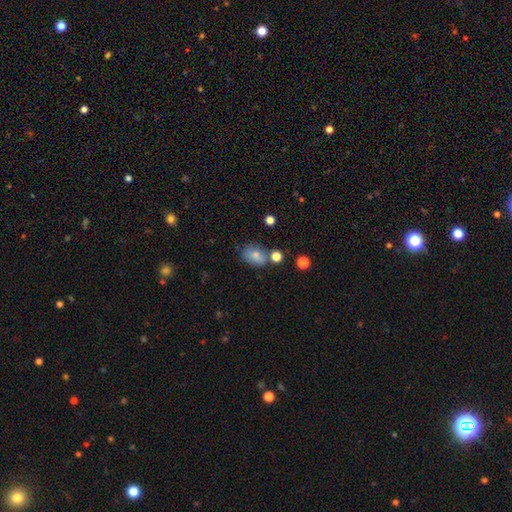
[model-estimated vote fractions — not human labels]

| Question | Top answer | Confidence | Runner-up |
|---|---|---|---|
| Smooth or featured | smooth | 77% | featured or disk (12%) |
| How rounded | in between | 74% | round (24%) |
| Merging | none | 60% | minor disturbance (20%) |